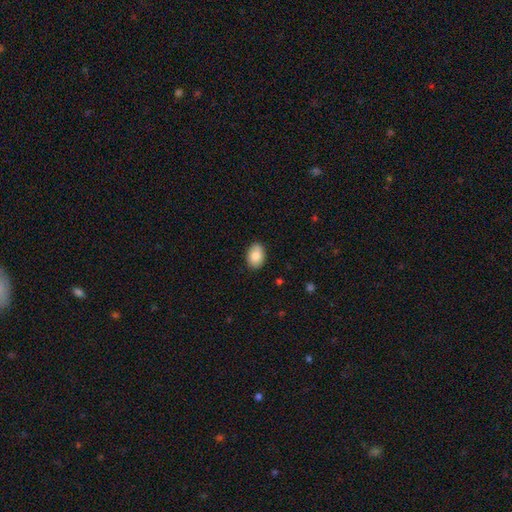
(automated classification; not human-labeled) smooth-or-featured: smooth: 86% | star or artifact: 7% | featured or disk: 7%
  how-rounded: in between: 81% | round: 18% | cigar-shaped: 1%
  merging: none: 87% | minor disturbance: 10% | major disturbance: 2% | merger: 1%